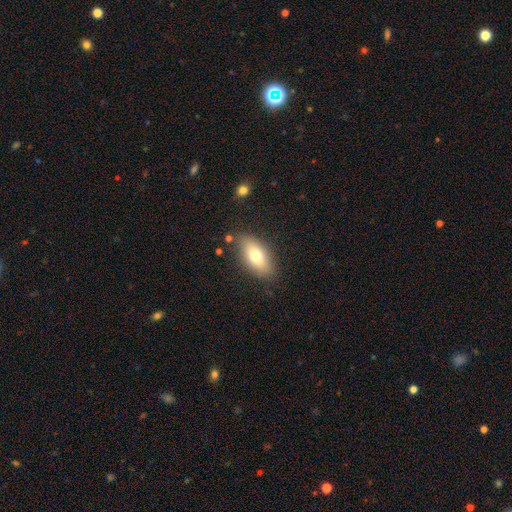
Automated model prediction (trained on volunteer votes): smooth 72%, featured or disk 21%, star or artifact 8%. Down the decision tree: how rounded — in between (87%); merging — none (81%).